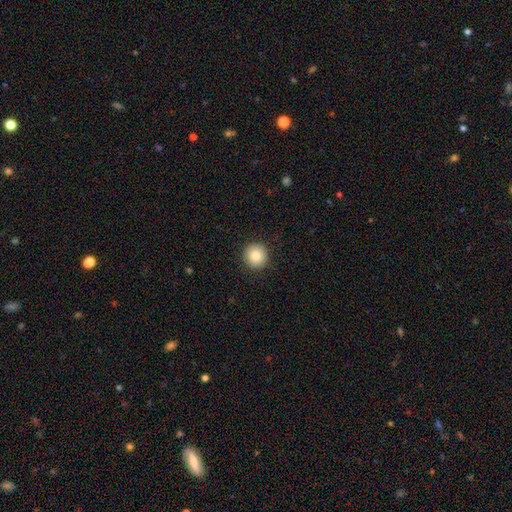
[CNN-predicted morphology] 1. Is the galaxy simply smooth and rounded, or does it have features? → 85% smooth, 9% star or artifact, 6% featured or disk.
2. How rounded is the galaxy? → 94% round, 5% in between, 1% cigar-shaped.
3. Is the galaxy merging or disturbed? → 91% none, 6% minor disturbance, 2% major disturbance, 1% merger.